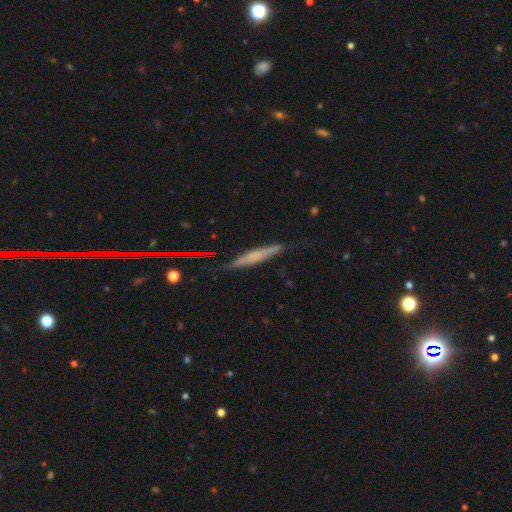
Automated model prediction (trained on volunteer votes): featured or disk 47%, smooth 43%, star or artifact 10%. Down the decision tree: merging — none (78%).